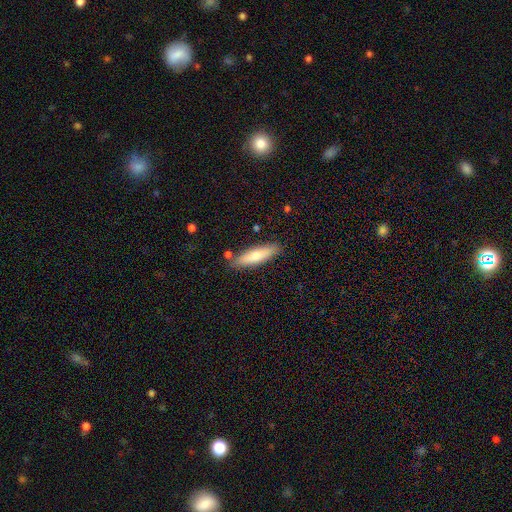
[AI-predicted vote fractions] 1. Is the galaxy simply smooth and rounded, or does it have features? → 71% smooth, 23% featured or disk, 6% star or artifact.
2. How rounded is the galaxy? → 68% cigar-shaped, 30% in between, 2% round.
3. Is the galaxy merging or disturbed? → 83% none, 11% minor disturbance, 4% merger, 2% major disturbance.